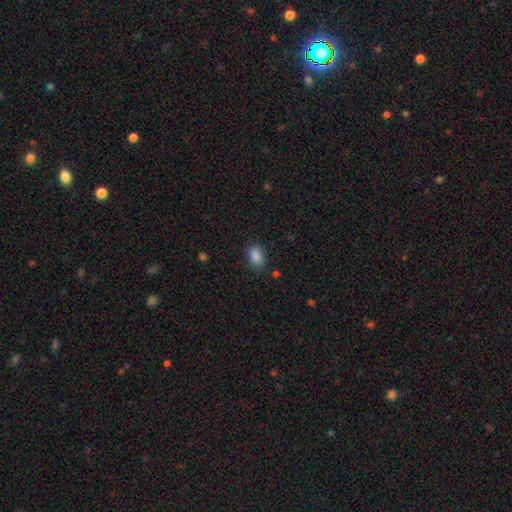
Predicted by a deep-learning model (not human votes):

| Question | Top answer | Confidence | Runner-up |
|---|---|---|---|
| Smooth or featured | smooth | 87% | star or artifact (9%) |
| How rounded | in between | 86% | round (12%) |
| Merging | none | 83% | minor disturbance (12%) |